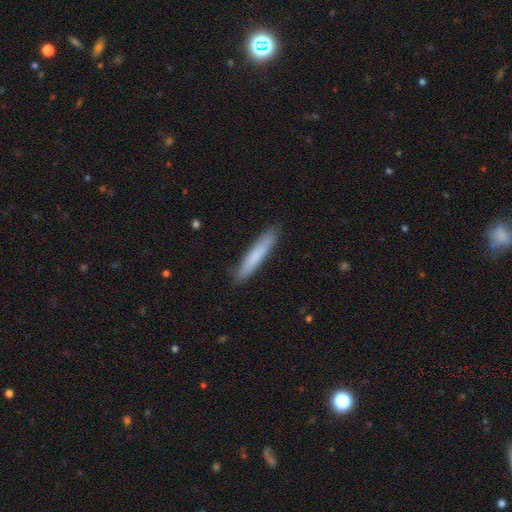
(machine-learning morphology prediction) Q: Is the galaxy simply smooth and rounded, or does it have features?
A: smooth — 77%.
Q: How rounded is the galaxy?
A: cigar-shaped — 93%.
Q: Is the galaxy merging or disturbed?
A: none — 89%.